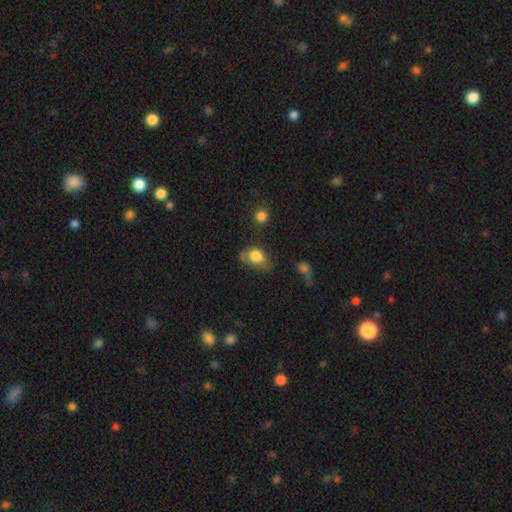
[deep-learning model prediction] Q: Smooth or featured?
A: smooth (78%); runner-up: featured or disk (12%)
Q: How rounded?
A: in between (75%); runner-up: round (23%)
Q: Merging?
A: none (43%); runner-up: minor disturbance (33%)